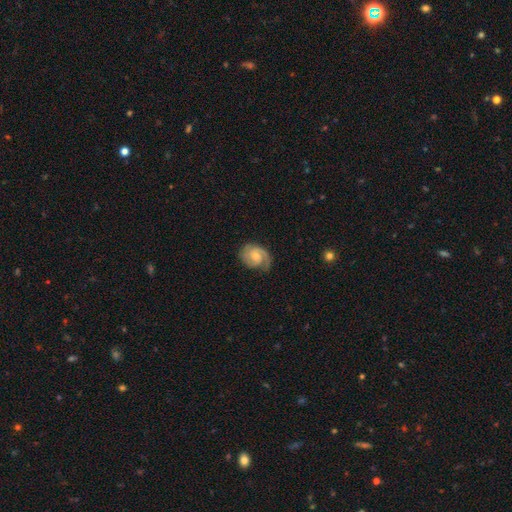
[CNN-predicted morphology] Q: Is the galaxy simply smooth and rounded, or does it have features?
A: featured or disk — 81%.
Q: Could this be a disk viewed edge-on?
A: no — 98%.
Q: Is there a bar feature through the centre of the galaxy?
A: no — 63%.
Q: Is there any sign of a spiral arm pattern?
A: yes — 96%.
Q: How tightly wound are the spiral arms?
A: tight — 48%.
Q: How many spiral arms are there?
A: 2 — 66%.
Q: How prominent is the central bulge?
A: moderate — 49%.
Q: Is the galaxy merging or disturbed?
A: none — 70%.